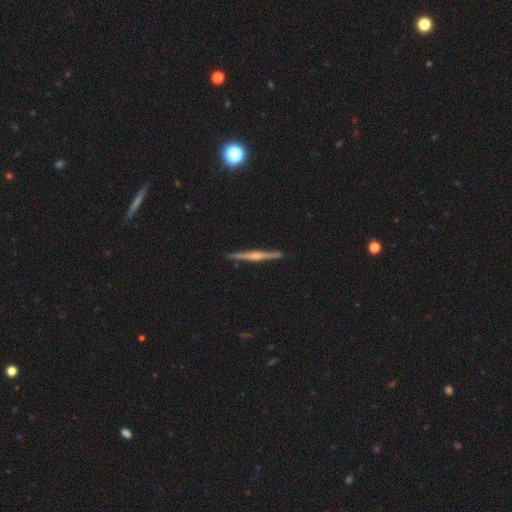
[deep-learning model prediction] This appears to be a featured or disk galaxy (79%) viewed edge-on (98%) with a rounded central bulge (79%). Merging: none (91%).